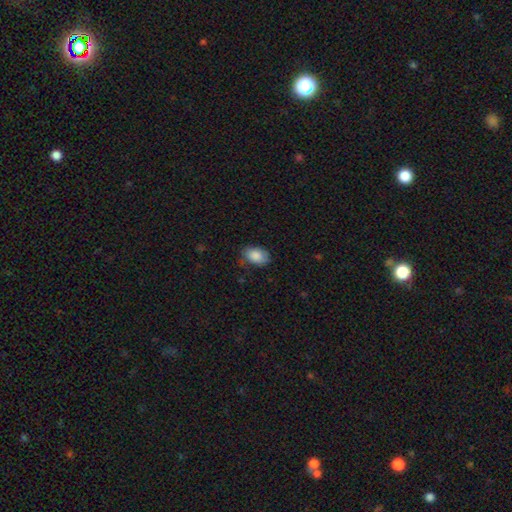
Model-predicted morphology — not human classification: A smooth galaxy with no disk features (87%) that is in between round and cigar-shaped (83%). Merging: none (69%).